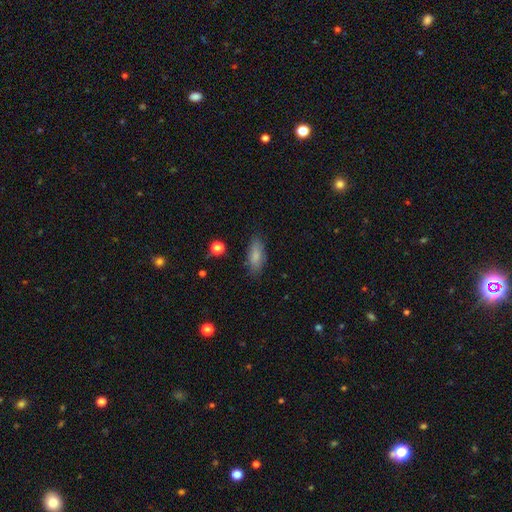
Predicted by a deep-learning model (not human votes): Q: Smooth or featured?
A: smooth (82%); runner-up: featured or disk (11%)
Q: How rounded?
A: in between (75%); runner-up: cigar-shaped (22%)
Q: Merging?
A: none (79%); runner-up: minor disturbance (15%)